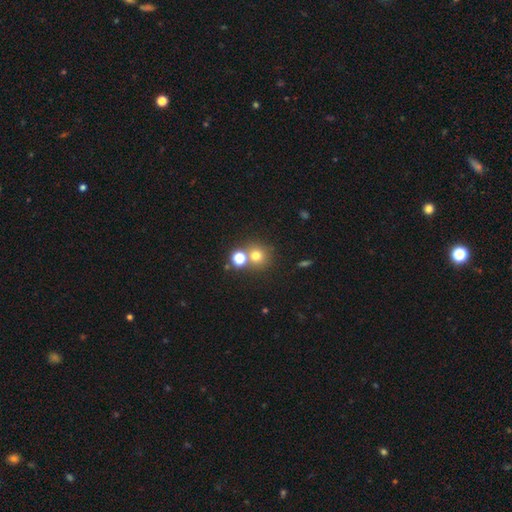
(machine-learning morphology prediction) A smooth galaxy with no disk features (72%) that is round (90%).

Vote fractions:
- Smooth or featured? smooth: 72% / star or artifact: 19% / featured or disk: 10%
- How rounded? round: 90% / in between: 9% / cigar-shaped: 1%
- Merging? none: 63% / merger: 26% / minor disturbance: 7% / major disturbance: 3%